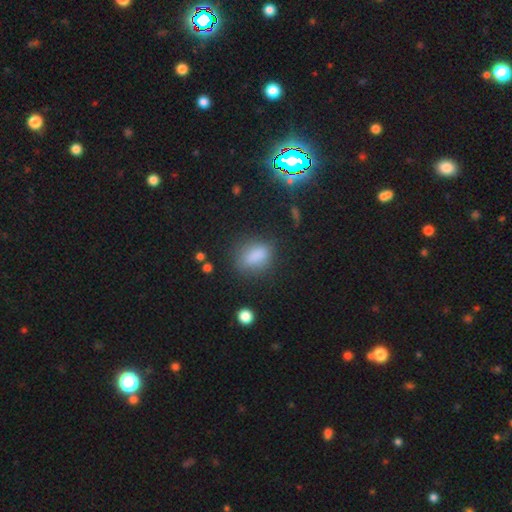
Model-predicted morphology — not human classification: A smooth galaxy with no disk features (81%) that is in between round and cigar-shaped (74%). Merging: none (68%).